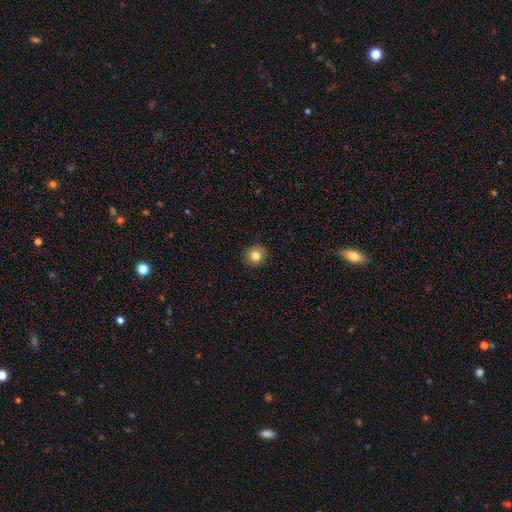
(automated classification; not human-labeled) This appears to be a smooth galaxy with no disk features (81%) that is round (90%). Merging: none (91%).